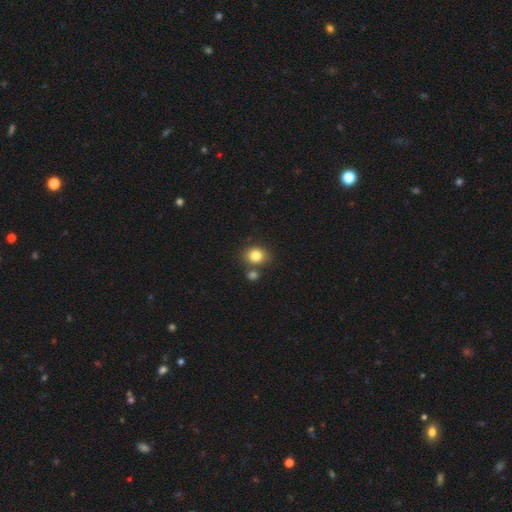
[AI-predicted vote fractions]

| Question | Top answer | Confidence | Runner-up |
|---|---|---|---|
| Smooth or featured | smooth | 82% | star or artifact (10%) |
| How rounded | round | 66% | in between (33%) |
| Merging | none | 66% | merger (19%) |